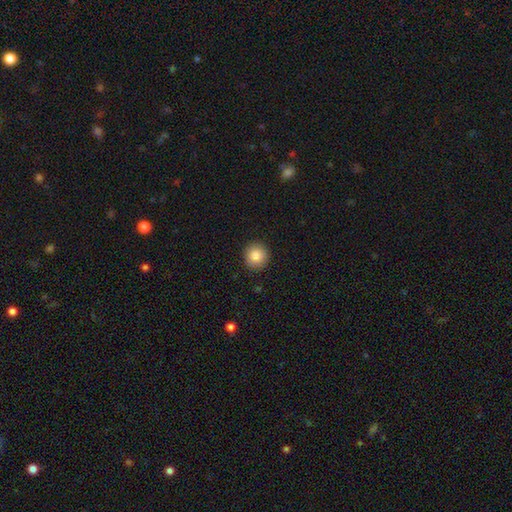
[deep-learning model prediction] smooth_or_featured: smooth (p=0.85) [alt: star or artifact p=0.09]
how_rounded: round (p=0.94) [alt: in between p=0.05]
merging: none (p=0.92) [alt: minor disturbance p=0.06]